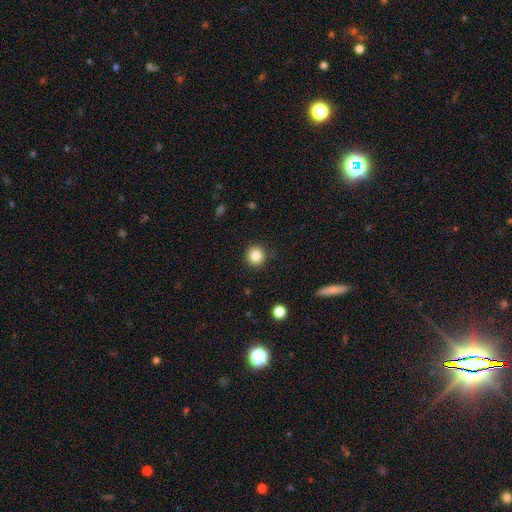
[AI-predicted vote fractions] The model was most divided on "smooth or featured": smooth: 84%, star or artifact: 11%, featured or disk: 5%. More confident: how rounded — round (94%); merging — none (90%).